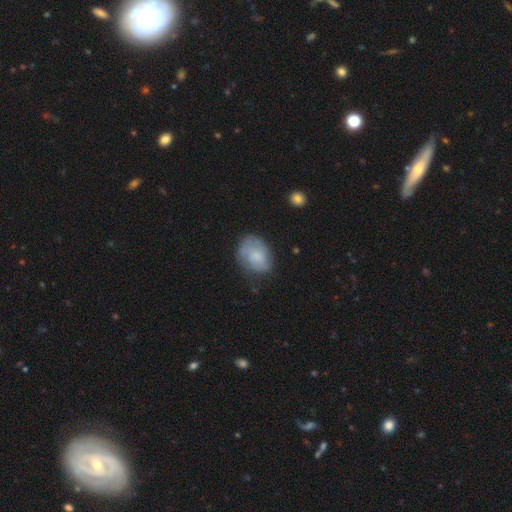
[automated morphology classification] Q: Smooth or featured?
A: smooth (58%); runner-up: featured or disk (34%)
Q: How rounded?
A: in between (64%); runner-up: round (35%)
Q: Merging?
A: none (60%); runner-up: minor disturbance (27%)